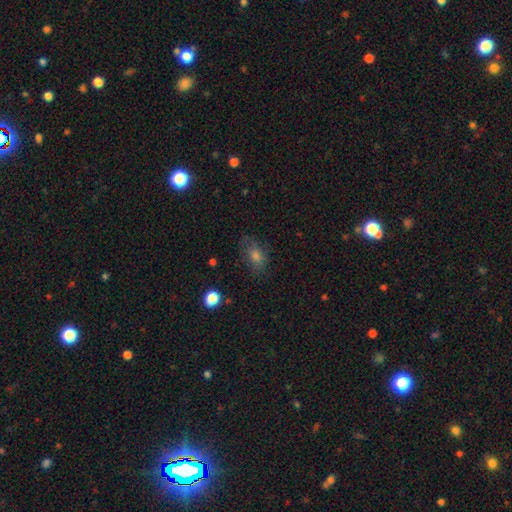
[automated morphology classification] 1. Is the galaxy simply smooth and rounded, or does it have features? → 60% smooth, 20% star or artifact, 19% featured or disk.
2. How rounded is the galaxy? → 75% in between, 23% round, 3% cigar-shaped.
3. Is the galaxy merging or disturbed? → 74% none, 18% minor disturbance, 6% major disturbance, 2% merger.